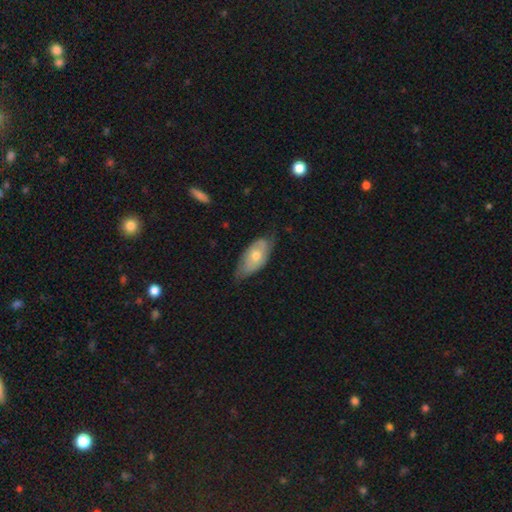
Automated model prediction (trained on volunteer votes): Smooth or featured?
  - smooth: 52% *
  - featured or disk: 42%
  - star or artifact: 6%
How rounded?
  - in between: 90% *
  - cigar-shaped: 6%
  - round: 3%
Merging?
  - none: 57% *
  - minor disturbance: 35%
  - major disturbance: 7%
  - merger: 1%